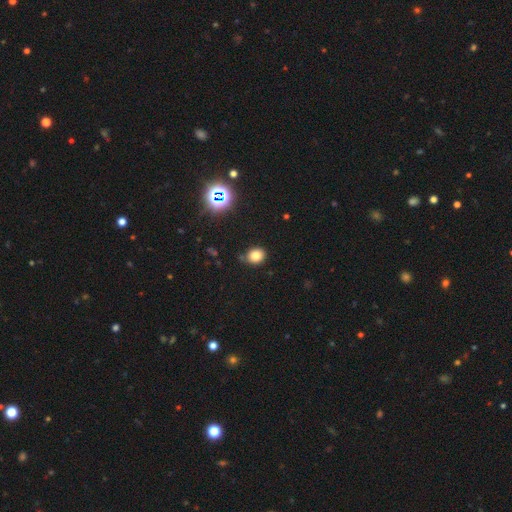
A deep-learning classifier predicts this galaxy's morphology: Q: Smooth or featured?
A: smooth (78%); runner-up: star or artifact (15%)
Q: How rounded?
A: round (66%); runner-up: in between (33%)
Q: Merging?
A: none (78%); runner-up: minor disturbance (16%)